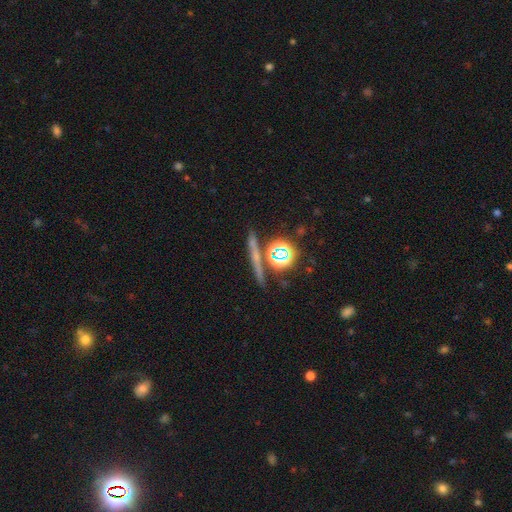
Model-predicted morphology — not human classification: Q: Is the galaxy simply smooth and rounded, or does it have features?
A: star or artifact — 38%.